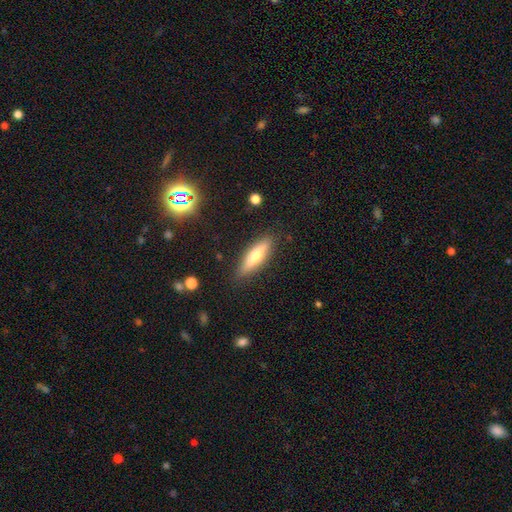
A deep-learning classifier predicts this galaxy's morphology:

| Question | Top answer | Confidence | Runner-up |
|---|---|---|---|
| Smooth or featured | smooth | 54% | featured or disk (40%) |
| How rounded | cigar-shaped | 67% | in between (31%) |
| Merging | none | 87% | minor disturbance (10%) |